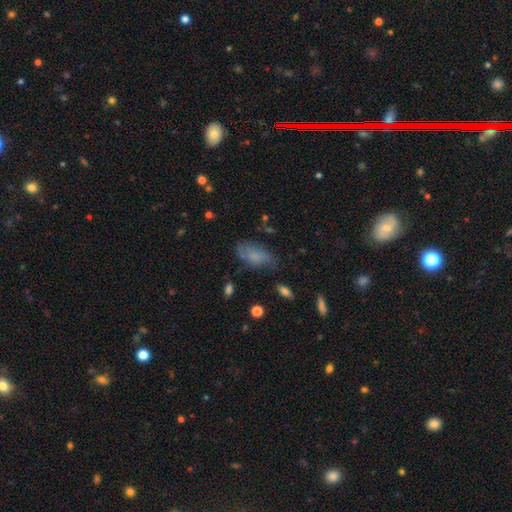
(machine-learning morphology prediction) A smooth galaxy with no disk features (68%) that is in between round and cigar-shaped (91%). Merging: none (57%).